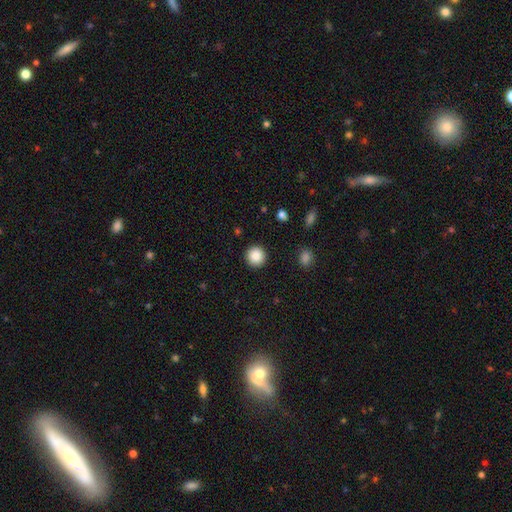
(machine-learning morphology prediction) A smooth galaxy with no disk features (87%) that is round (95%). Merging: none (92%).